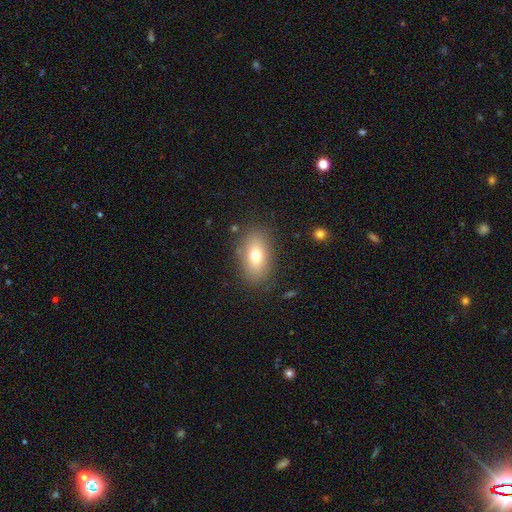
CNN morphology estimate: Smooth or featured? smooth (72%)
How rounded? in between (86%)
Merging? none (83%)